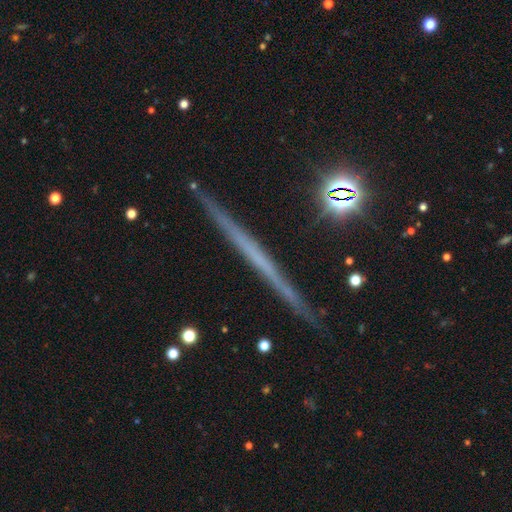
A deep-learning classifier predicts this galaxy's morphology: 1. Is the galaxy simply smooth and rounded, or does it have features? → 65% featured or disk, 25% smooth, 9% star or artifact.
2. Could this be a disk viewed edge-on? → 97% yes, 3% no.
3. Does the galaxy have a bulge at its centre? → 92% none, 5% rounded, 3% boxy.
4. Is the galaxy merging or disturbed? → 91% none, 6% minor disturbance, 1% major disturbance, 1% merger.